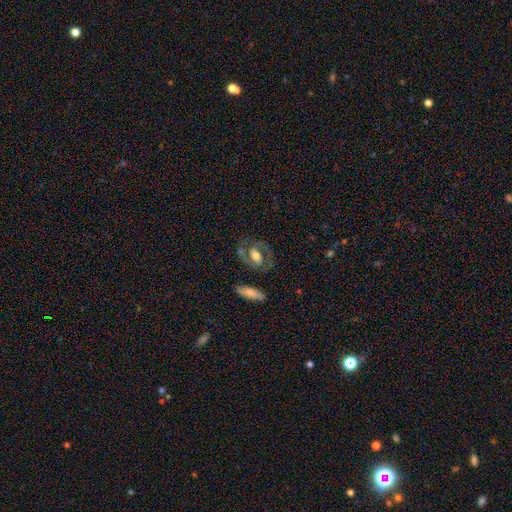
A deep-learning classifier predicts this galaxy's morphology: Smooth or featured: featured or disk — 72% (smooth — 22%)
Edge-on disk: no — 94% (yes — 6%)
Bar: no — 37% (weak — 36%)
Spiral arms: yes — 82% (no — 18%)
Spiral winding: medium — 51% (tight — 35%)
Spiral arm count: 2 — 85% (can't tell — 7%)
Bulge size: moderate — 60% (large — 22%)
Merging: none — 69% (minor disturbance — 16%)